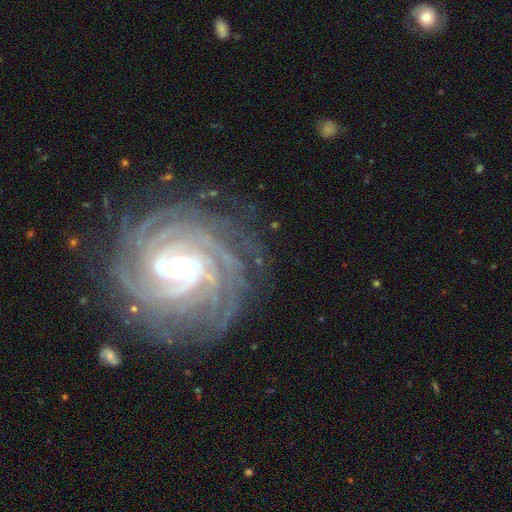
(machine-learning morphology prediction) Smooth or featured?
  - featured or disk: 88% *
  - star or artifact: 8%
  - smooth: 5%
Edge-on disk?
  - no: 97% *
  - yes: 3%
Bar?
  - weak: 41% *
  - no: 30%
  - strong: 29%
Spiral arms?
  - yes: 98% *
  - no: 2%
Spiral winding?
  - tight: 82% *
  - medium: 16%
  - loose: 2%
Spiral arm count?
  - more than 4: 24% *
  - 4: 22%
  - can't tell: 19%
  - 3: 14%
  - 2: 12%
  - 1: 8%
Bulge size?
  - small: 56% *
  - moderate: 35%
  - large: 5%
  - none: 3%
  - dominant: 1%
Merging?
  - none: 82% *
  - minor disturbance: 12%
  - major disturbance: 5%
  - merger: 2%